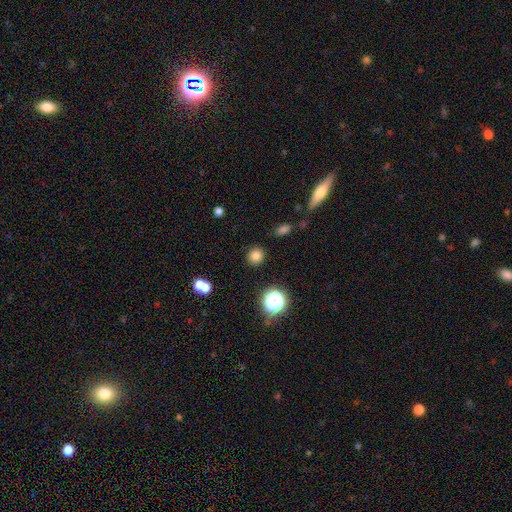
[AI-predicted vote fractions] smooth-or-featured: smooth: 81% | star or artifact: 14% | featured or disk: 5%
  how-rounded: round: 86% | in between: 13% | cigar-shaped: 1%
  merging: none: 89% | minor disturbance: 6% | major disturbance: 2% | merger: 2%